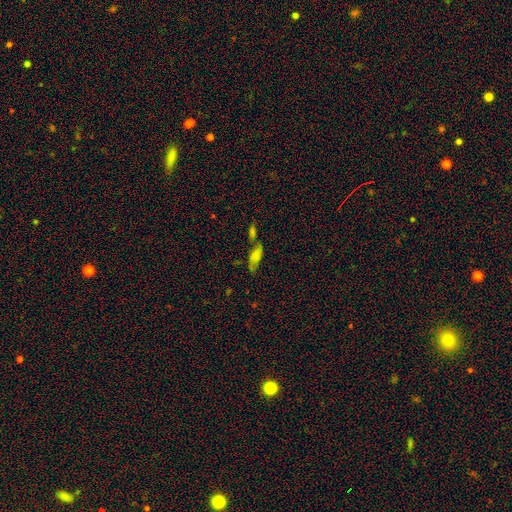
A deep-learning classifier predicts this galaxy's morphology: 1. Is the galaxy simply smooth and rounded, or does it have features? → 63% smooth, 24% featured or disk, 13% star or artifact.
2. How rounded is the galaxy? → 74% in between, 22% cigar-shaped, 4% round.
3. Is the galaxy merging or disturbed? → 40% none, 34% merger, 18% minor disturbance, 9% major disturbance.